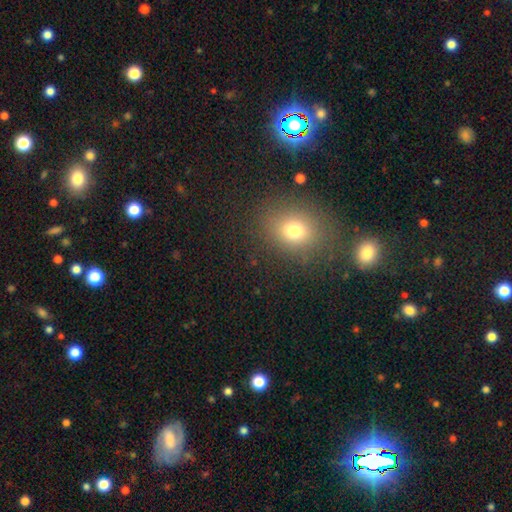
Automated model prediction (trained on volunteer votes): A smooth galaxy with no disk features (58%) that is round (63%).

Vote fractions:
- Smooth or featured? smooth: 58% / star or artifact: 33% / featured or disk: 9%
- How rounded? round: 63% / in between: 36% / cigar-shaped: 2%
- Merging? none: 84% / minor disturbance: 8% / merger: 5% / major disturbance: 3%